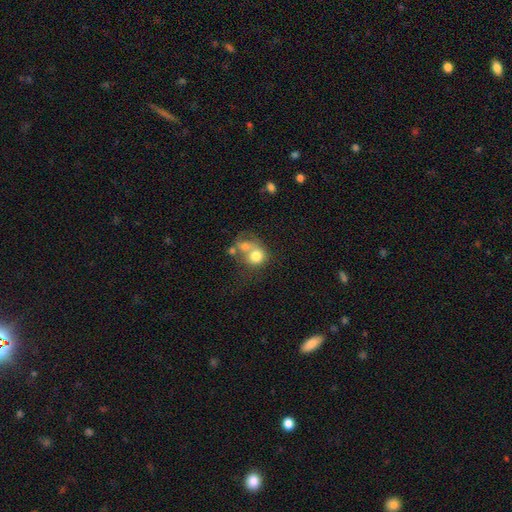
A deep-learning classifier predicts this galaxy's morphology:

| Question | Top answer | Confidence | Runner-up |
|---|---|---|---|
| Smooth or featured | smooth | 70% | featured or disk (20%) |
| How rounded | round | 71% | in between (28%) |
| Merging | merger | 55% | none (26%) |